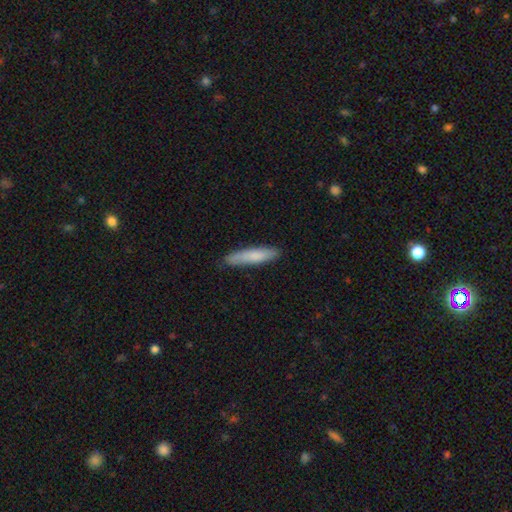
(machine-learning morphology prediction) smooth-or-featured: smooth: 80% | featured or disk: 15% | star or artifact: 5%
  how-rounded: cigar-shaped: 85% | in between: 14% | round: 1%
  merging: none: 84% | minor disturbance: 13% | major disturbance: 2% | merger: 1%